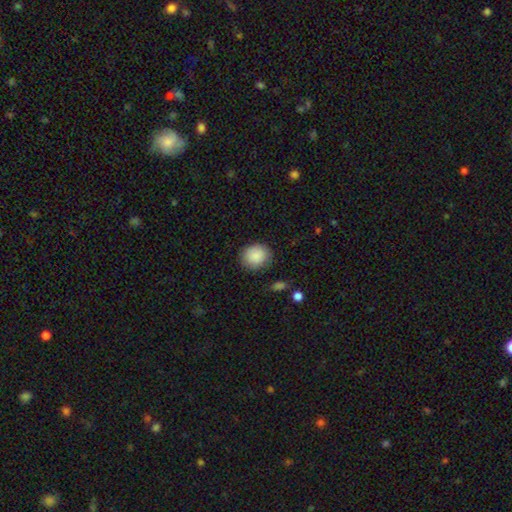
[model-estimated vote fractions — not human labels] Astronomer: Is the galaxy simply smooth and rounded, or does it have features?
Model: smooth — 88%.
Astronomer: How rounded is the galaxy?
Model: round — 77%.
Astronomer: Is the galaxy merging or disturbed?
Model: none — 84%.